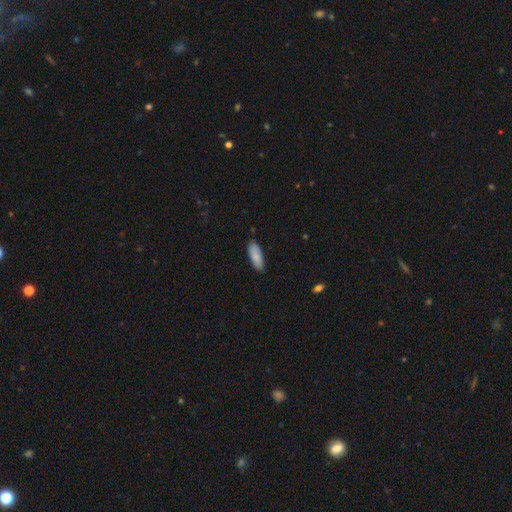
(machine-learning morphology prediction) Smooth or featured?
  - smooth: 83% *
  - featured or disk: 12%
  - star or artifact: 6%
How rounded?
  - in between: 71% *
  - cigar-shaped: 27%
  - round: 2%
Merging?
  - none: 84% *
  - minor disturbance: 13%
  - major disturbance: 2%
  - merger: 1%